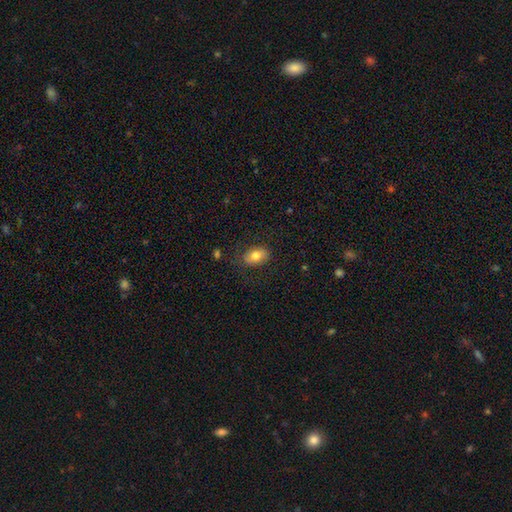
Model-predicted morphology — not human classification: This appears to be a smooth galaxy with no disk features (78%) that is in between round and cigar-shaped (85%). Merging: none (80%).